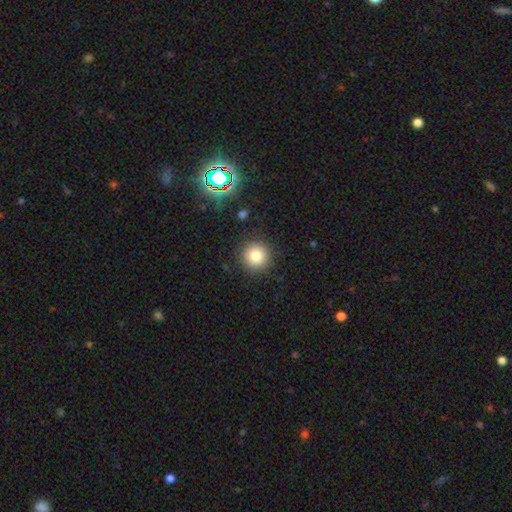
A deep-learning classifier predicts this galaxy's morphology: This appears to be a smooth galaxy with no disk features (81%) that is round (95%). Merging: none (90%).